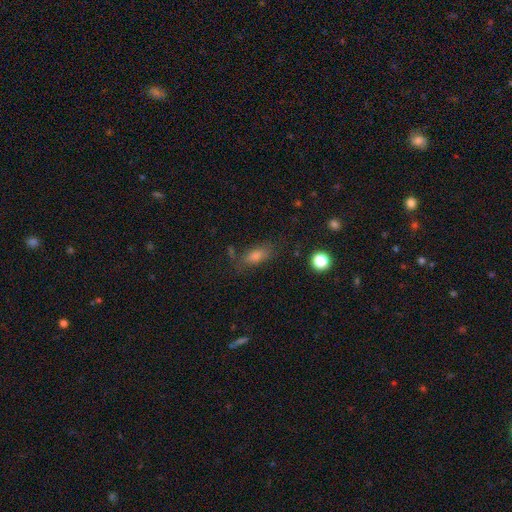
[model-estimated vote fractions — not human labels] Smooth or featured? smooth (71%)
How rounded? in between (73%)
Merging? none (71%)